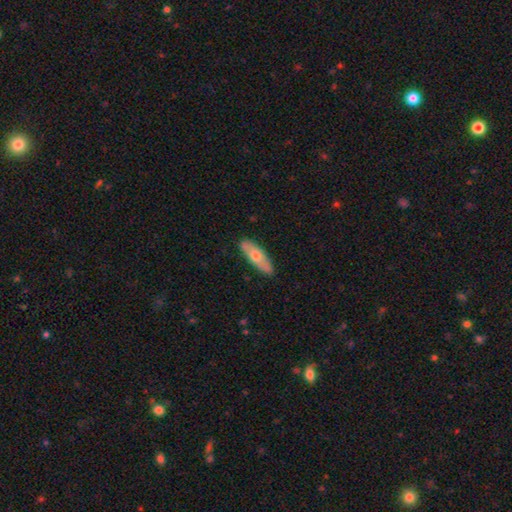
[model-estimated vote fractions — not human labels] smooth-or-featured: smooth: 60% | featured or disk: 35% | star or artifact: 5%
  how-rounded: in between: 54% | cigar-shaped: 44% | round: 2%
  merging: none: 85% | minor disturbance: 12% | major disturbance: 2% | merger: 1%